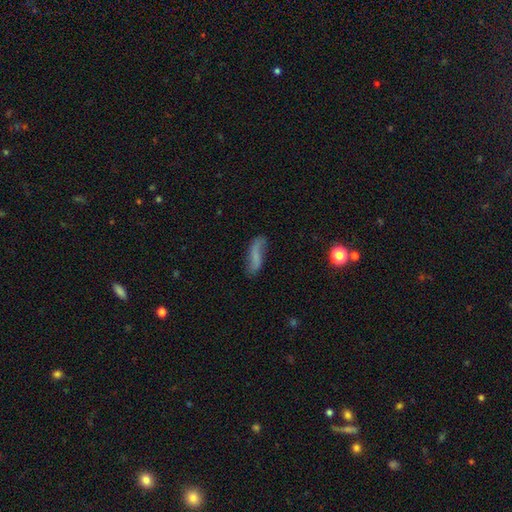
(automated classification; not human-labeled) smooth 47%, featured or disk 43%, star or artifact 10%. Down the decision tree: merging — none (63%).